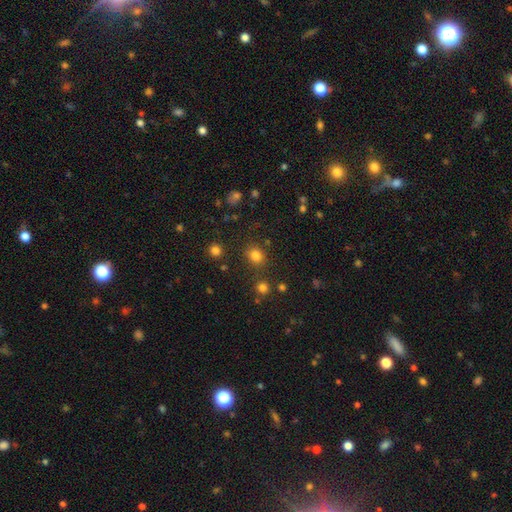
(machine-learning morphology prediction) A smooth galaxy with no disk features (80%) that is round (73%). Merging: none (80%).